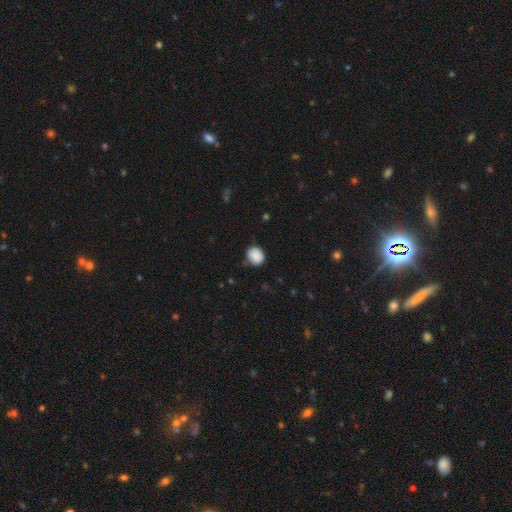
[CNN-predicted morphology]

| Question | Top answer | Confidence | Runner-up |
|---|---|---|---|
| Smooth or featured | smooth | 87% | star or artifact (8%) |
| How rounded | round | 70% | in between (29%) |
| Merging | none | 72% | minor disturbance (22%) |